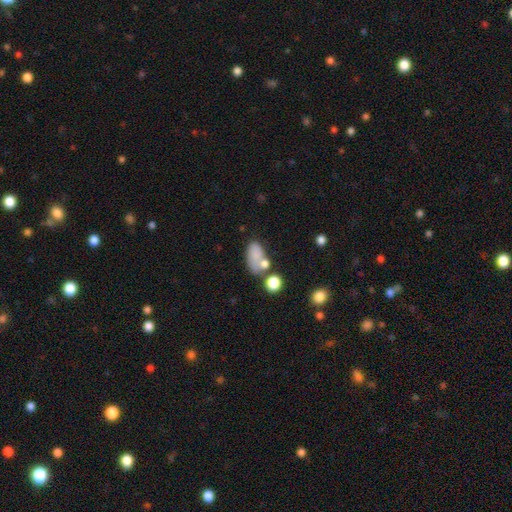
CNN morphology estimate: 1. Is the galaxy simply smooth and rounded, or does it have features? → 76% smooth, 13% featured or disk, 11% star or artifact.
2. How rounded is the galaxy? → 87% in between, 11% round, 2% cigar-shaped.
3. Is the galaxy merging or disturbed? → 43% none, 24% merger, 21% minor disturbance, 12% major disturbance.